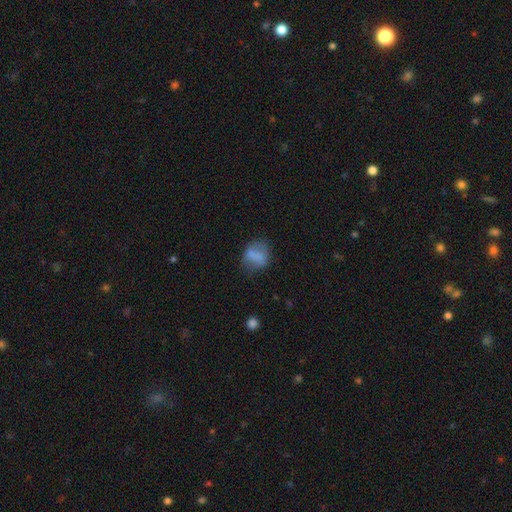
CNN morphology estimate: Overall: smooth (69%). How rounded: round (52%; in between 46%). Merging: none (56%; minor disturbance 26%).